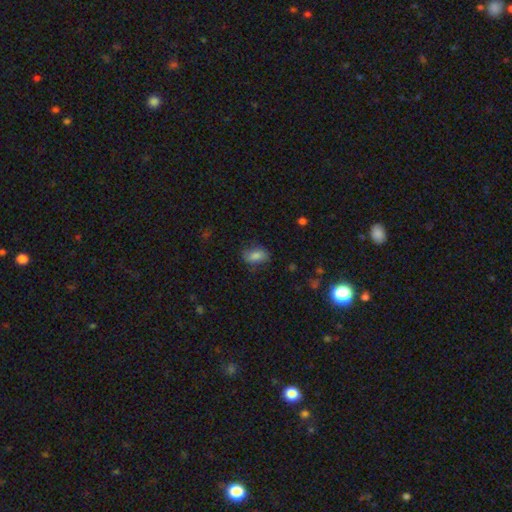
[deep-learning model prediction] Smooth or featured? smooth (81%)
How rounded? in between (88%)
Merging? none (72%)